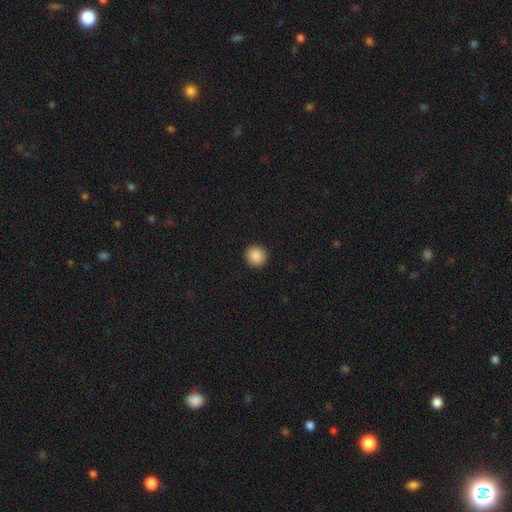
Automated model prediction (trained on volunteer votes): A smooth galaxy with no disk features (89%) that is round (94%). Merging: none (93%).